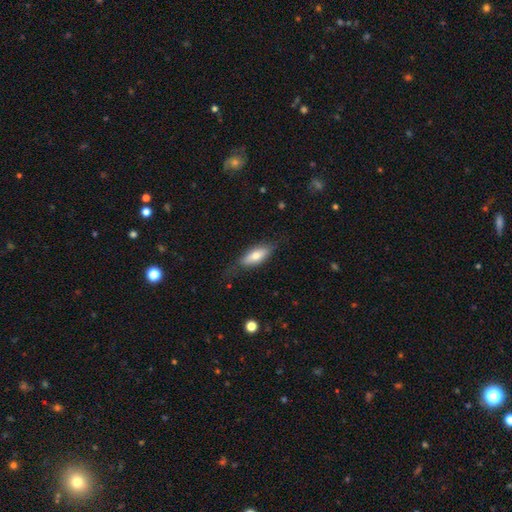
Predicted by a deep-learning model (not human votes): Morphology: type=smooth (66%); roundness=in between (66%); merging=none (71%).